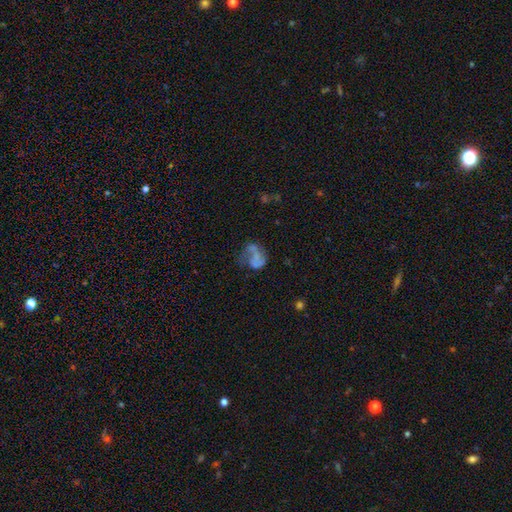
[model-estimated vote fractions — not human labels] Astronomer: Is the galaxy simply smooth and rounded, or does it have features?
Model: featured or disk — 51% (runner-up: smooth, 35%).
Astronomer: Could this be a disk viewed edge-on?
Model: no — 98%.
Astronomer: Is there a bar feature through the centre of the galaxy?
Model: no — 85%.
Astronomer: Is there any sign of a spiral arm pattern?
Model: no — 63%.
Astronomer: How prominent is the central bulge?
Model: none — 78%.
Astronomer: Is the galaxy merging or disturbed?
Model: major disturbance — 38% (runner-up: none, 29%).